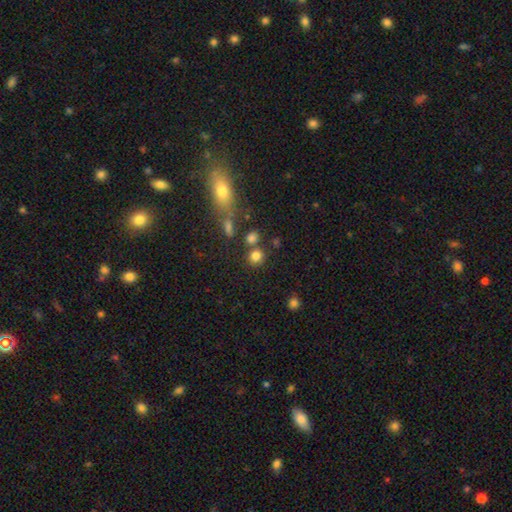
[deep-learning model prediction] This is clearly a smooth galaxy (80%). How rounded: clearly round (83%). Merging: likely none (70%).